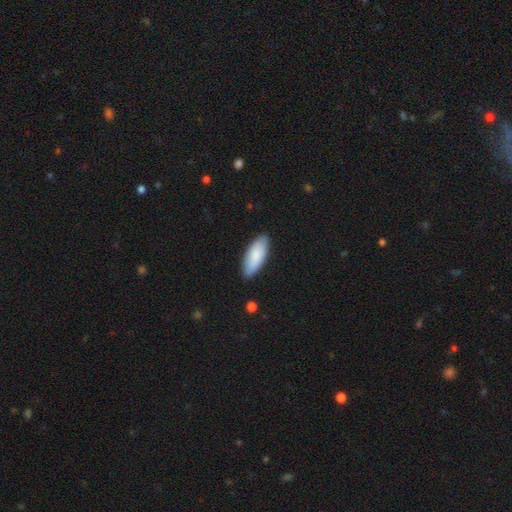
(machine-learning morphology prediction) A smooth galaxy with no disk features (84%) that is in between round and cigar-shaped (82%).

Vote fractions:
- Smooth or featured? smooth: 84% / featured or disk: 11% / star or artifact: 5%
- How rounded? in between: 82% / cigar-shaped: 16% / round: 2%
- Merging? none: 86% / minor disturbance: 11% / major disturbance: 2% / merger: 1%